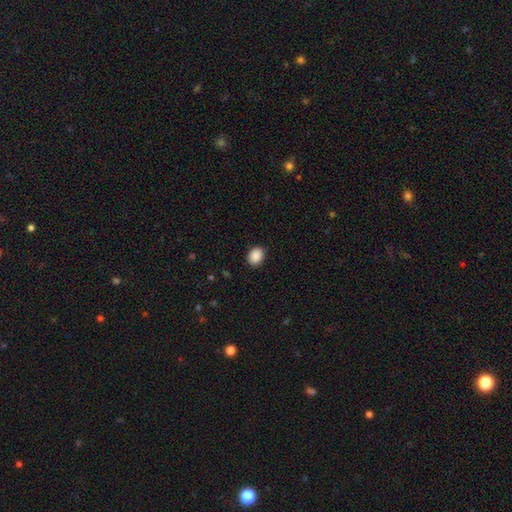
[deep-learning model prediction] Smooth or featured: smooth — 89% (star or artifact — 8%)
How rounded: round — 51% (in between — 48%)
Merging: none — 88% (minor disturbance — 9%)